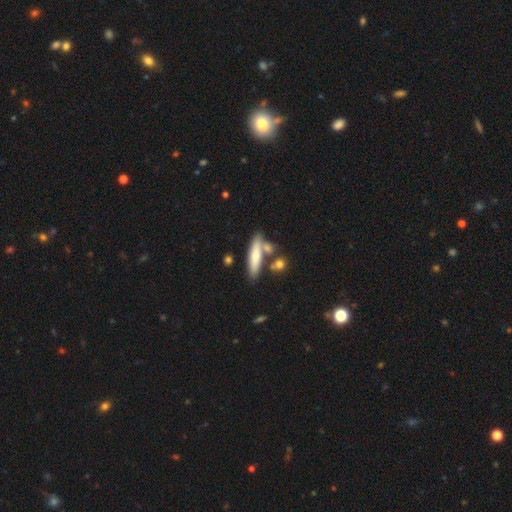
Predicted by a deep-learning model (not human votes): Overall: smooth (61%; featured or disk 32%). How rounded: cigar-shaped (71%). Merging: none (65%).